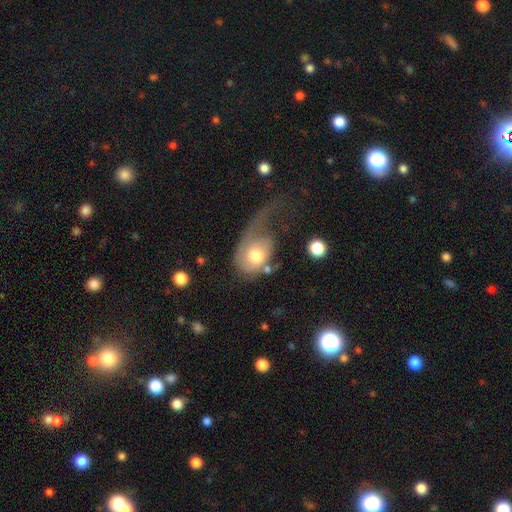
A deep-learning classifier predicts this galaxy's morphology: Smooth or featured?
  - smooth: 49% *
  - featured or disk: 45%
  - star or artifact: 6%
Merging?
  - major disturbance: 62% *
  - none: 16%
  - minor disturbance: 15%
  - merger: 7%